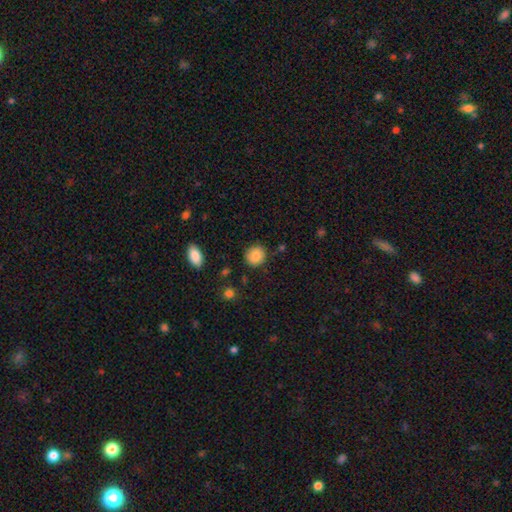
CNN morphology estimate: The model was most divided on "how rounded": round: 85%, in between: 14%, cigar-shaped: 1%. More confident: smooth or featured — smooth (86%); merging — none (85%).